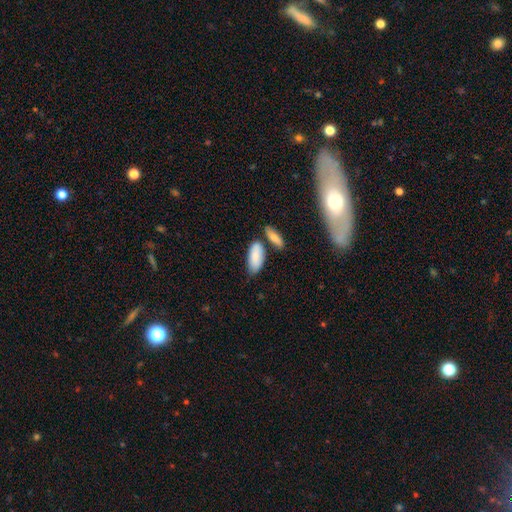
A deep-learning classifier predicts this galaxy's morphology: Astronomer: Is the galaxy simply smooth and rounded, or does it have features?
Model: smooth — 86%.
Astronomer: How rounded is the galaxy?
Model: in between — 88%.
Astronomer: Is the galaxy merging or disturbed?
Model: none — 59%.